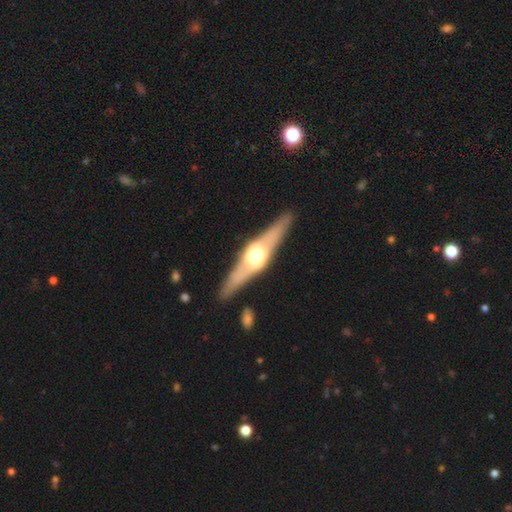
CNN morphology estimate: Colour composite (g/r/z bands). It shows a featured or disk galaxy (75%) viewed edge-on (94%) with a rounded central bulge (93%). Merging: none (87%).